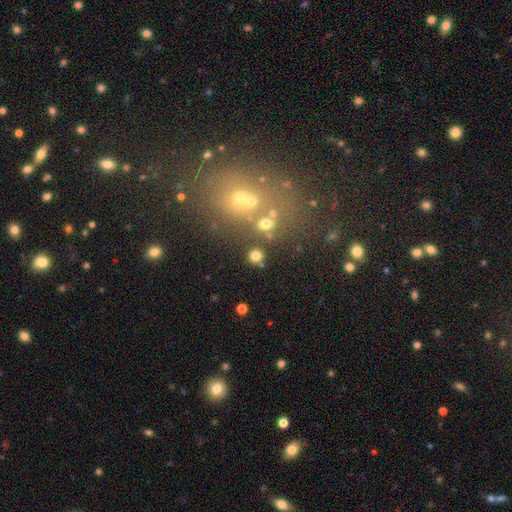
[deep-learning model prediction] Morphology: type=smooth (74%); roundness=round (90%); merging=none (79%).